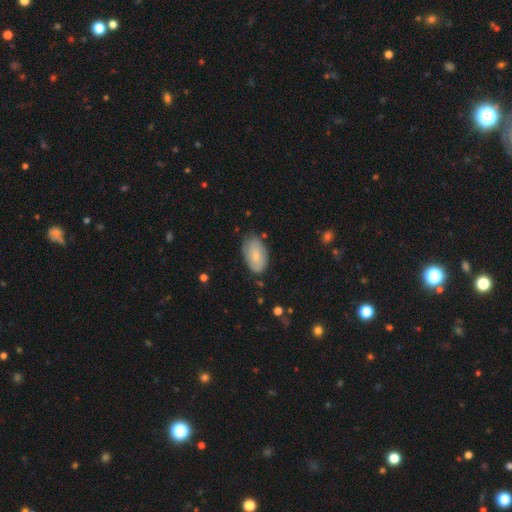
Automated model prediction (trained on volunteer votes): A smooth galaxy with no disk features (52%) that is in between round and cigar-shaped (92%).

Vote fractions:
- Smooth or featured? smooth: 52% / featured or disk: 41% / star or artifact: 7%
- How rounded? in between: 92% / round: 6% / cigar-shaped: 2%
- Merging? none: 70% / minor disturbance: 23% / major disturbance: 5% / merger: 2%